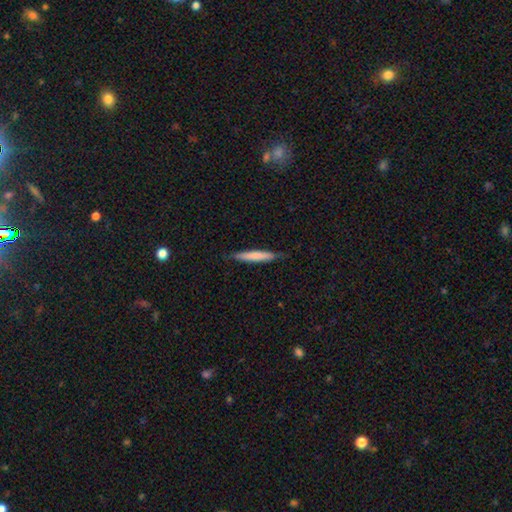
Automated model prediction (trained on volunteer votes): The model was most divided on "smooth or featured": smooth: 73%, featured or disk: 21%, star or artifact: 5%. More confident: how rounded — cigar-shaped (93%); merging — none (84%).